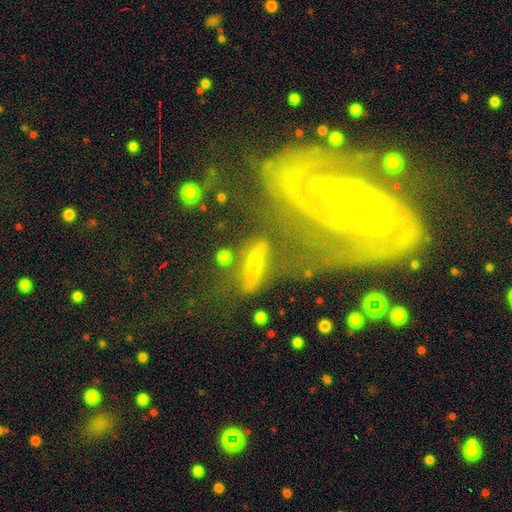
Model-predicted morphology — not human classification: Smooth or featured?
  - smooth: 51% *
  - featured or disk: 31%
  - star or artifact: 17%
How rounded?
  - cigar-shaped: 47% *
  - in between: 32%
  - round: 20%
Merging?
  - none: 58% *
  - minor disturbance: 19%
  - major disturbance: 12%
  - merger: 10%